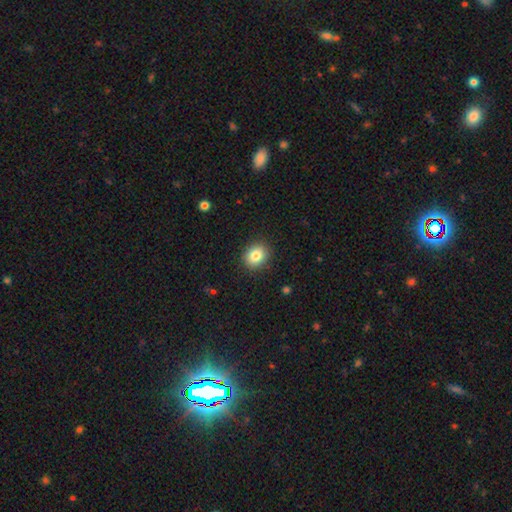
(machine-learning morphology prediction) Smooth or featured? Predicted: smooth (p=0.83). How rounded? Predicted: round (p=0.60). Merging? Predicted: none (p=0.89).